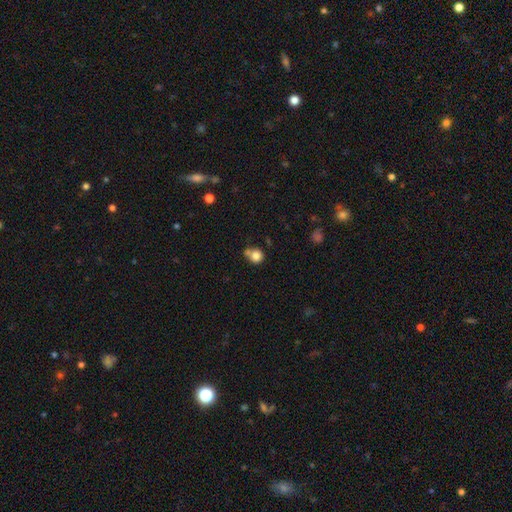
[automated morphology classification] smooth_or_featured: smooth (p=0.81) [alt: star or artifact p=0.11]
how_rounded: round (p=0.84) [alt: in between p=0.15]
merging: none (p=0.53) [alt: merger p=0.24]